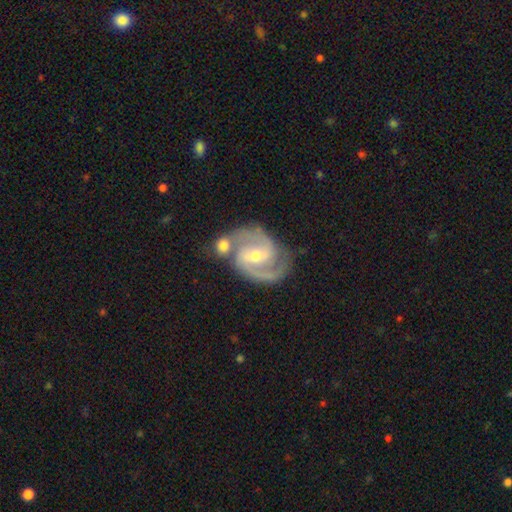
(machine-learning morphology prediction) This appears to be a featured or disk galaxy (91%) with a weak bar (48%), 2 (87%) medium (60%) spiral arms (98%) and a moderate central bulge (52%). Merging: none (57%).